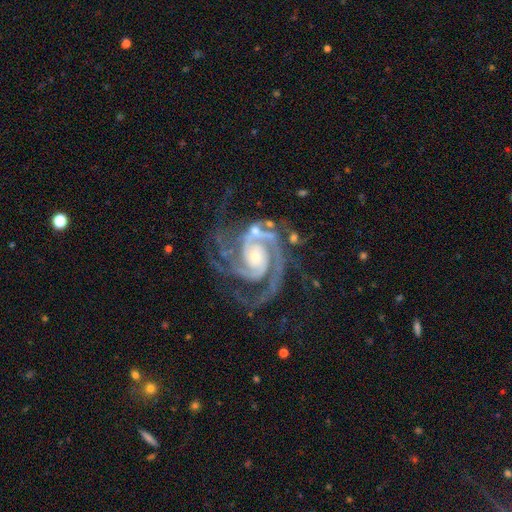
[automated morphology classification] The model was most divided on "spiral arm count": 2: 38%, 3: 34%, 4: 9%, can't tell: 8%, more than 4: 5%, 1: 5%. Remaining: spiral arms — yes (99%); edge-on disk — no (98%); smooth or featured — featured or disk (94%); bar — no (64%); merging — none (61%); spiral winding — tight (58%); bulge size — small (46%).